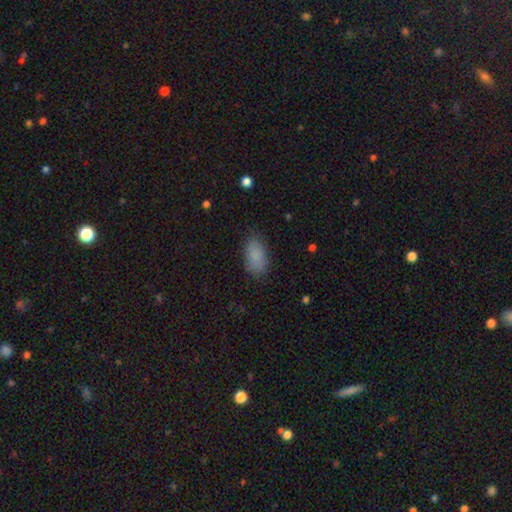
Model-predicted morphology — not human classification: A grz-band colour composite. It shows a smooth galaxy with no disk features (87%) that is in between round and cigar-shaped (92%). Merging: none (81%).